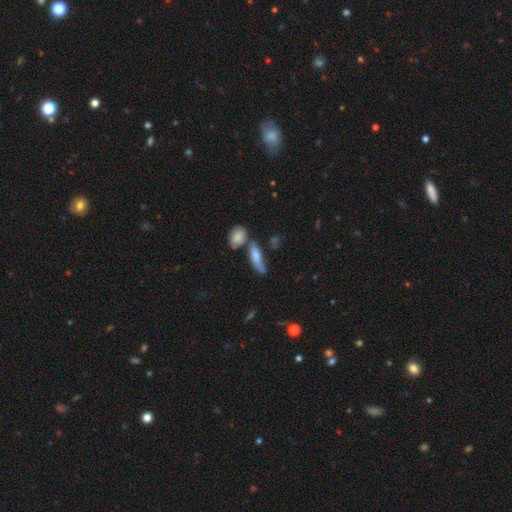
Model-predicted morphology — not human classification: smooth 54%, featured or disk 33%, star or artifact 13%. Down the decision tree: how rounded — cigar-shaped (54%); merging — none (54%).